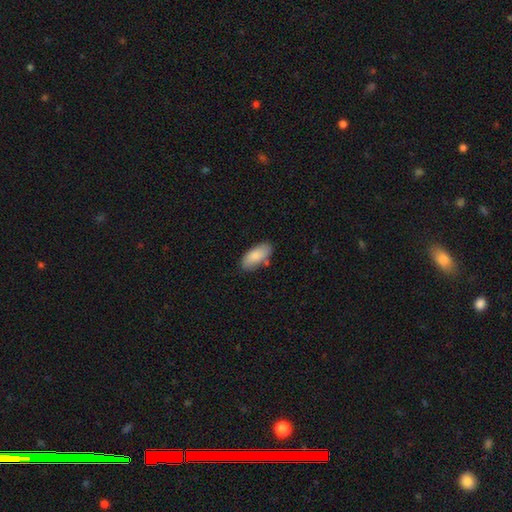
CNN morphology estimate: Overall: smooth (85%). How rounded: in between (90%). Merging: none (75%).